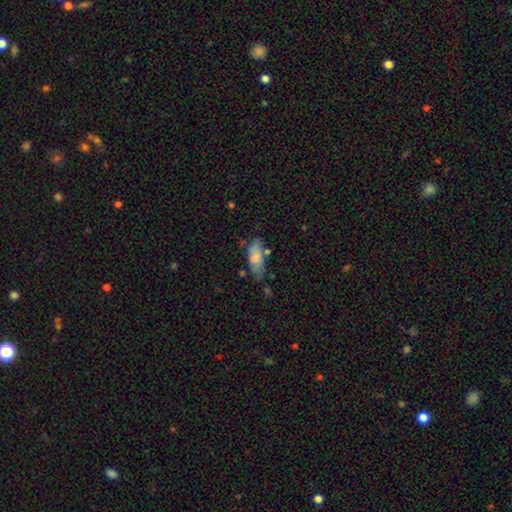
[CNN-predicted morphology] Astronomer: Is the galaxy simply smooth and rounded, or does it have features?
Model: smooth — 72%.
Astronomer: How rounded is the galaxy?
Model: in between — 76%.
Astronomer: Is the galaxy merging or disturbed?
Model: none — 59%.